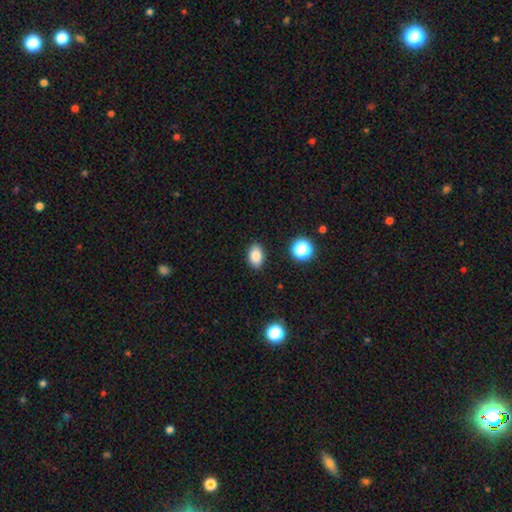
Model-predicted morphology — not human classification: type=smooth (84%); roundness=in between (84%); merging=none (88%).